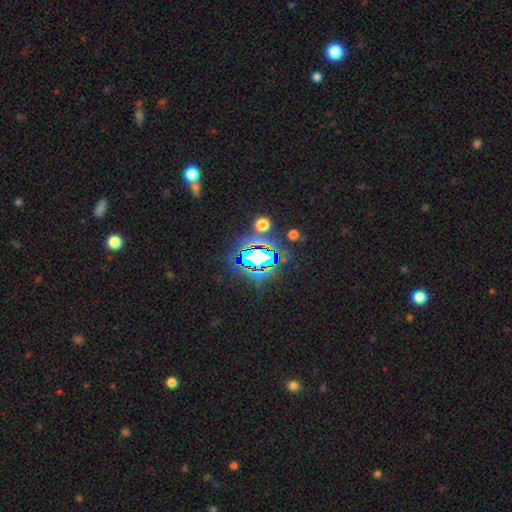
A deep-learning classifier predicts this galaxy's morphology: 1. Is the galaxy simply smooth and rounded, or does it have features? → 70% star or artifact, 18% smooth, 13% featured or disk.